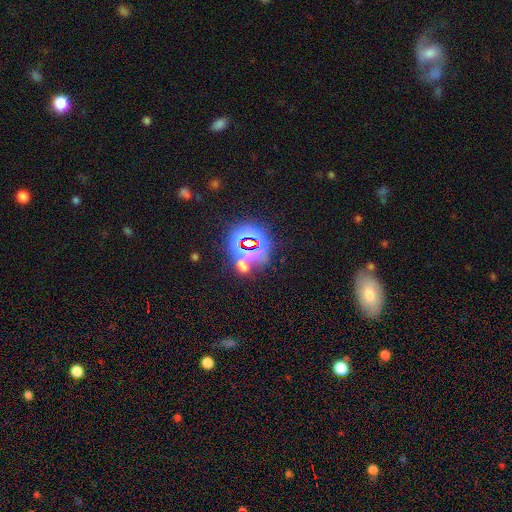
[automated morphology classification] A star or artifact, not a galaxy (71%).